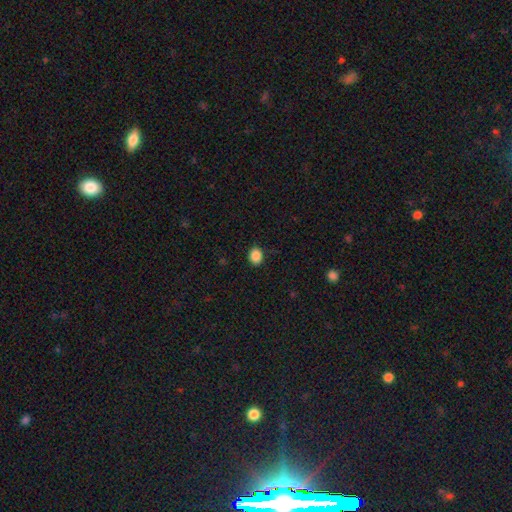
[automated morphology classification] This appears to be a smooth galaxy with no disk features (87%) that is round (57%). Merging: none (88%).